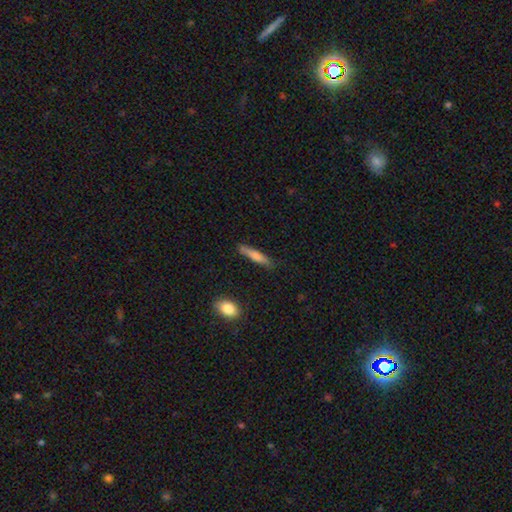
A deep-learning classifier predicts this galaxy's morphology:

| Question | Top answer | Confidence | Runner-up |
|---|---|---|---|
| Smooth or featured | smooth | 69% | featured or disk (24%) |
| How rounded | cigar-shaped | 88% | in between (10%) |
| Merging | none | 84% | minor disturbance (12%) |